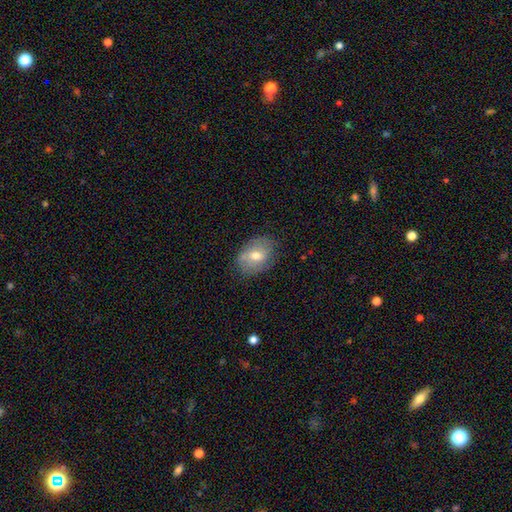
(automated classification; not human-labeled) Morphology: type=smooth (58%); roundness=in between (73%); merging=none (75%).